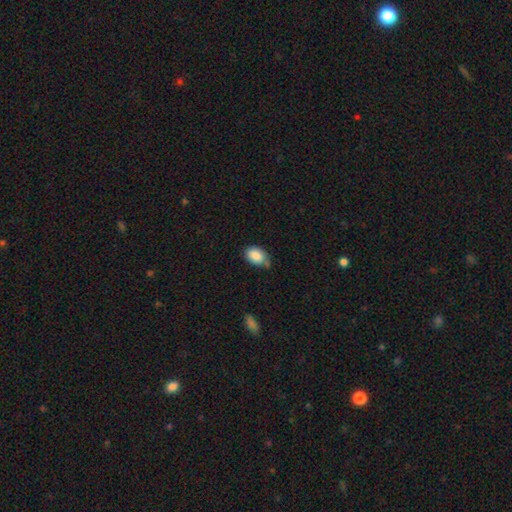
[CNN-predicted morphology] Overall: smooth (87%). How rounded: in between (83%). Merging: none (58%; minor disturbance 30%).